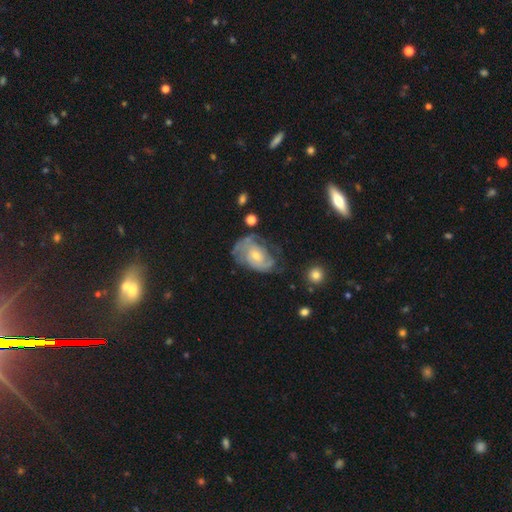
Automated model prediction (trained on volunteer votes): The model was most divided on "spiral arm count": 2: 41%, can't tell: 37%, 3: 9%, 1: 7%, 4: 3%, more than 4: 3%. Remaining: edge-on disk — no (96%); spiral arms — yes (83%); bar — no (72%); smooth or featured — featured or disk (71%); bulge size — small (57%); merging — none (49%); spiral winding — tight (46%).